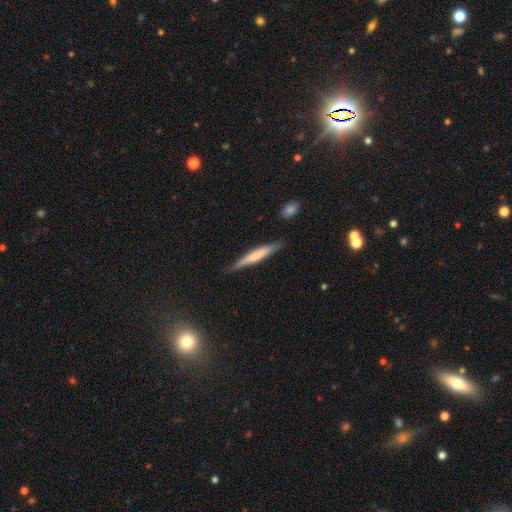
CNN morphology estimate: This appears to be a smooth galaxy with no disk features (58%) that is cigar-shaped (94%). Merging: none (83%).